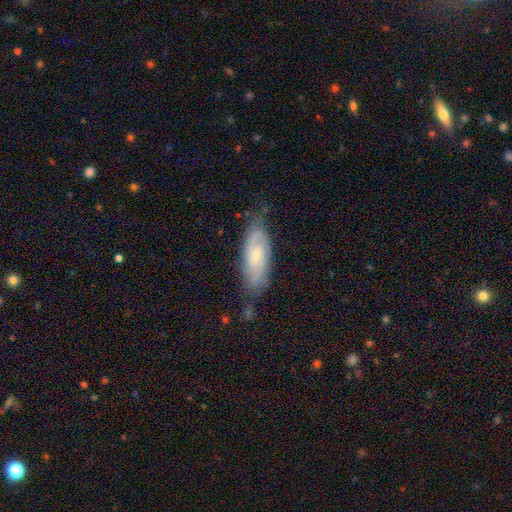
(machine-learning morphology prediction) A featured or disk galaxy (72%) with no bar (58%), 2 (55%) tight (53%) spiral arms (93%) and a small central bulge (70%).

Vote fractions:
- Smooth or featured? featured or disk: 72% / smooth: 22% / star or artifact: 7%
- Edge-on disk? no: 91% / yes: 9%
- Bar? no: 58% / weak: 35% / strong: 6%
- Spiral arms? yes: 93% / no: 7%
- Spiral winding? tight: 53% / medium: 37% / loose: 10%
- Spiral arm count? 2: 55% / can't tell: 27% / 3: 9% / 1: 3% / 4: 3% / more than 4: 2%
- Bulge size? small: 70% / moderate: 23% / none: 5% / large: 1% / dominant: 1%
- Merging? none: 68% / minor disturbance: 24% / major disturbance: 6% / merger: 2%